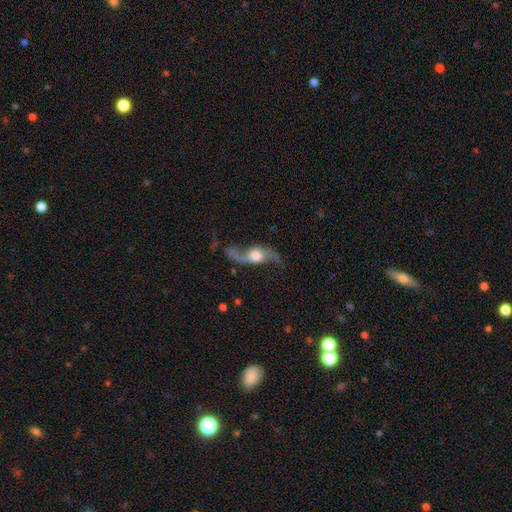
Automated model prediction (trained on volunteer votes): Smooth or featured? featured or disk (83%)
Edge-on disk? no (86%)
Bar? no (67%)
Spiral arms? yes (92%)
Spiral winding? loose (91%)
Spiral arm count? 2 (92%)
Bulge size? moderate (50%)
Merging? none (61%)